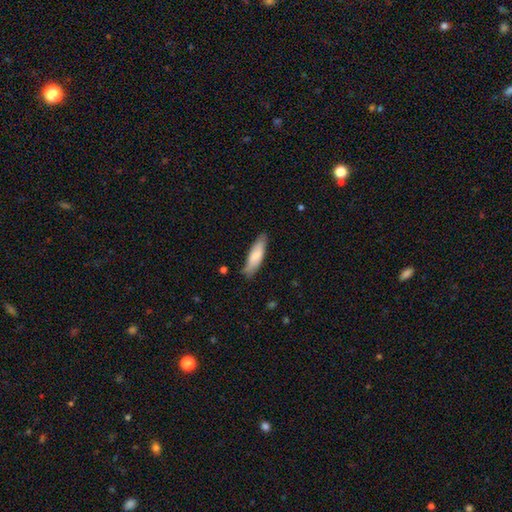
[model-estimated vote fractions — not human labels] A smooth galaxy with no disk features (77%) that is cigar-shaped (55%). Merging: none (77%).